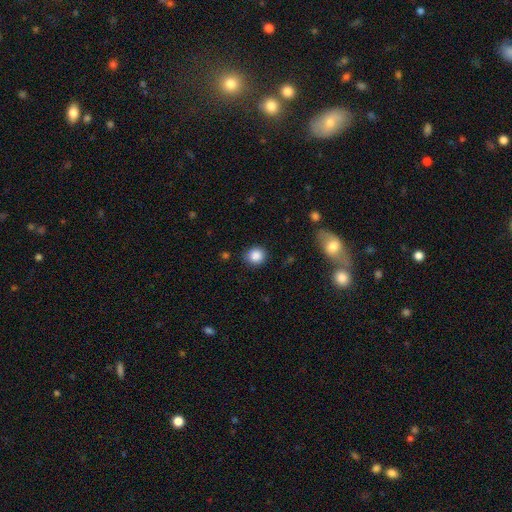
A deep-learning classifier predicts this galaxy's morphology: The model was most divided on "how rounded": round: 85%, in between: 14%, cigar-shaped: 1%. More confident: smooth or featured — smooth (86%); merging — none (84%).